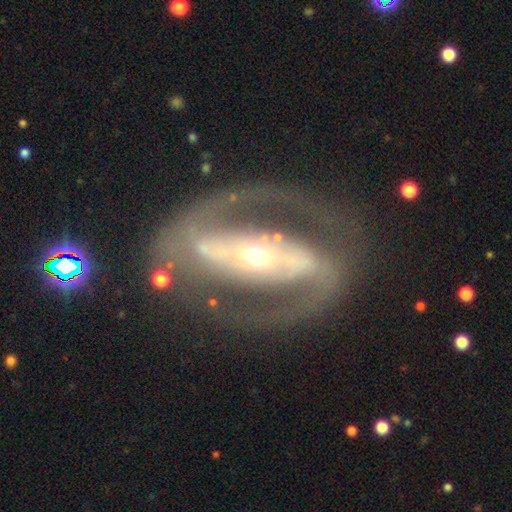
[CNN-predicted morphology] A featured or disk galaxy (90%) with a strong bar (69%), 2 (91%) medium (53%) spiral arms (90%) and a moderate central bulge (51%). Merging: none (77%).